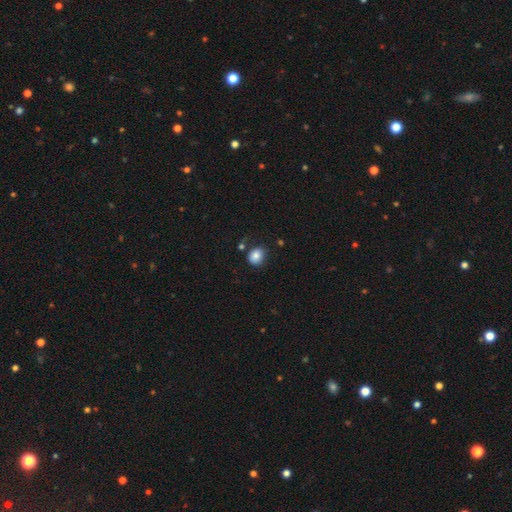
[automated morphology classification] This appears to be a smooth galaxy with no disk features (83%) that is round (62%). Merging: none (72%).